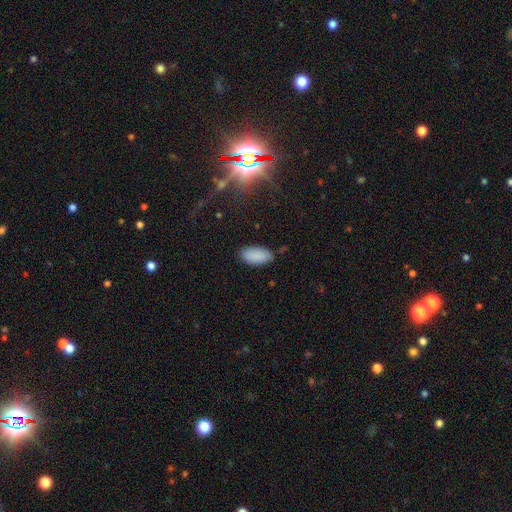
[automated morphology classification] Smooth or featured: smooth — 89% (star or artifact — 7%)
How rounded: in between — 94% (cigar-shaped — 4%)
Merging: none — 82% (minor disturbance — 13%)